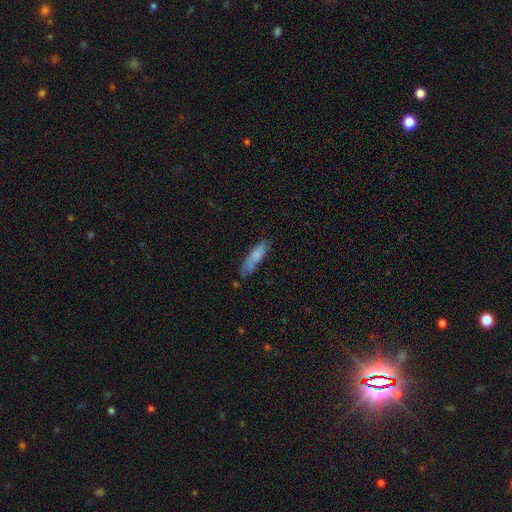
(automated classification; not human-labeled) The model was most divided on "merging": none: 59%, minor disturbance: 27%, major disturbance: 8%, merger: 6%. More confident: smooth or featured — smooth (74%); how rounded — cigar-shaped (68%).